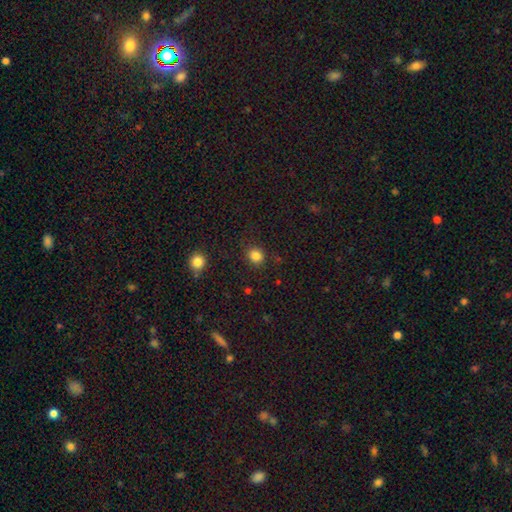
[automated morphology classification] Smooth or featured: smooth — 84% (star or artifact — 12%)
How rounded: round — 83% (in between — 17%)
Merging: none — 86% (minor disturbance — 9%)